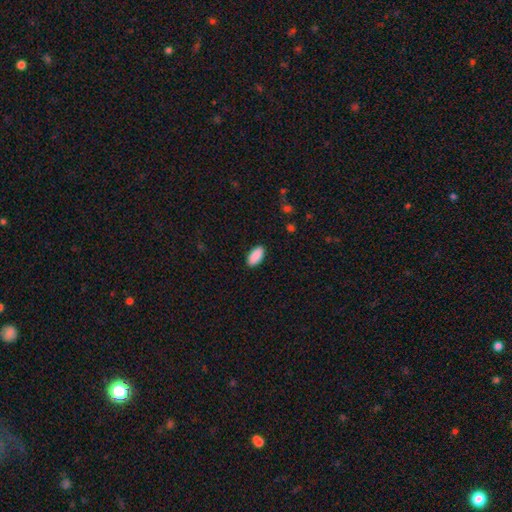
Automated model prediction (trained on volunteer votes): Smooth or featured?
  - smooth: 91% *
  - star or artifact: 6%
  - featured or disk: 3%
How rounded?
  - in between: 92% *
  - cigar-shaped: 6%
  - round: 2%
Merging?
  - none: 90% *
  - minor disturbance: 8%
  - major disturbance: 2%
  - merger: 1%